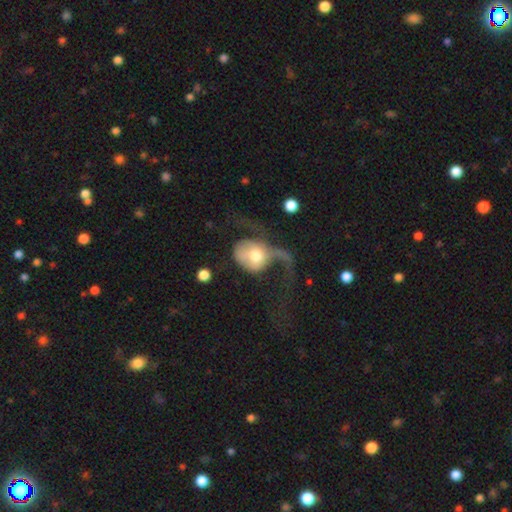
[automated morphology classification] smooth_or_featured: featured or disk (p=0.51) [alt: smooth p=0.42]
disk_edge_on: no (p=0.94) [alt: yes p=0.06]
merging: major disturbance (p=0.63) [alt: none p=0.18]